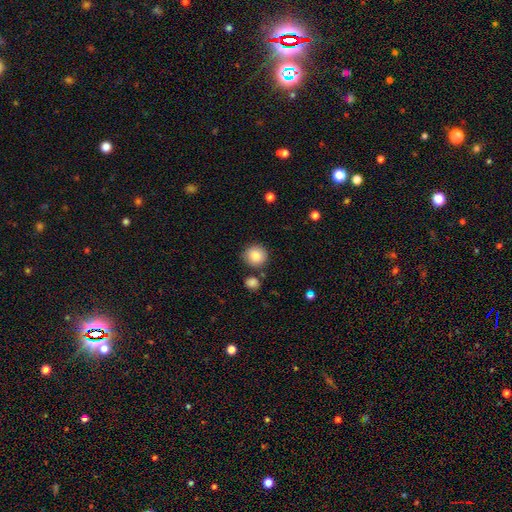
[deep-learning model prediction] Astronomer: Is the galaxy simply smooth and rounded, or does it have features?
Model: smooth — 87%.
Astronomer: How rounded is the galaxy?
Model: round — 91%.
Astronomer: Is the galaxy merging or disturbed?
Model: none — 82%.